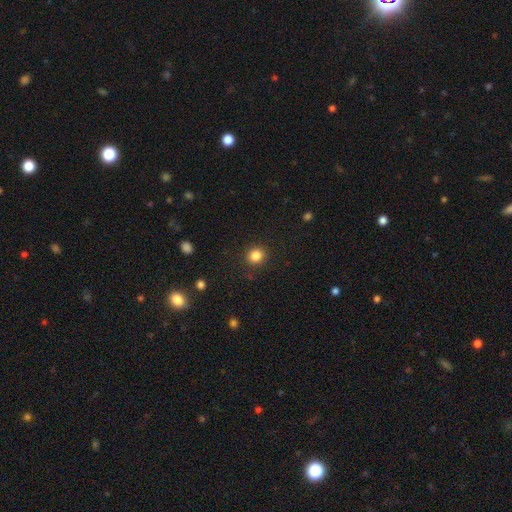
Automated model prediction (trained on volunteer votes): A smooth galaxy with no disk features (84%) that is round (86%).

Vote fractions:
- Smooth or featured? smooth: 84% / star or artifact: 11% / featured or disk: 5%
- How rounded? round: 86% / in between: 13% / cigar-shaped: 1%
- Merging? none: 90% / minor disturbance: 6% / major disturbance: 2% / merger: 1%